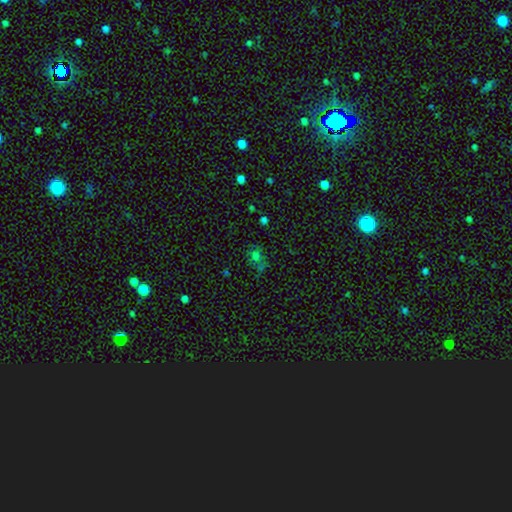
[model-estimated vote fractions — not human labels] Smooth or featured? Predicted: smooth (p=0.62). How rounded? Predicted: round (p=0.73). Merging? Predicted: none (p=0.57).